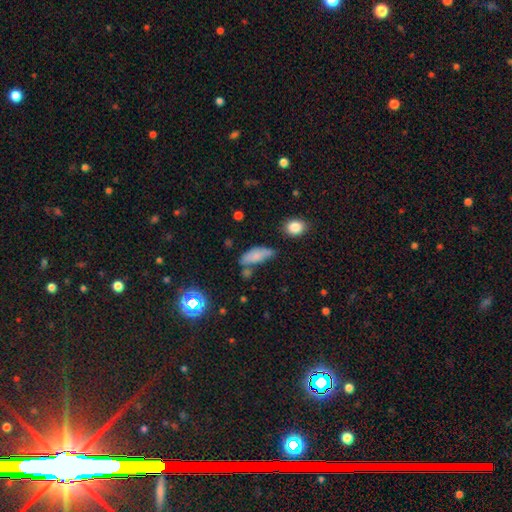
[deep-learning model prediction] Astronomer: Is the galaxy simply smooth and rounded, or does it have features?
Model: smooth — 77%.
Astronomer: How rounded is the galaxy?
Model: in between — 73%.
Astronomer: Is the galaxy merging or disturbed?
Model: none — 52%.